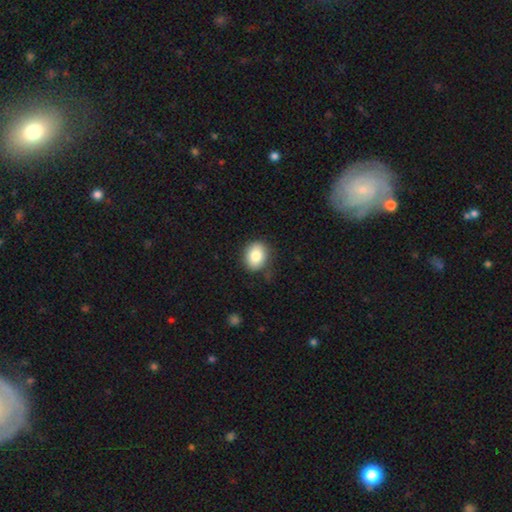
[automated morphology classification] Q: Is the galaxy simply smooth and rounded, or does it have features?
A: smooth — 83%.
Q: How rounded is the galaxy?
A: round — 54%.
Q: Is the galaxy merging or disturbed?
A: none — 79%.